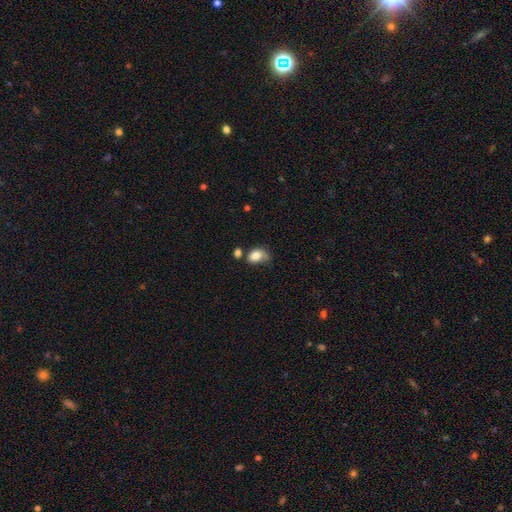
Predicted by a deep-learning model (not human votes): Smooth or featured? smooth (81%)
How rounded? in between (71%)
Merging? none (38%)